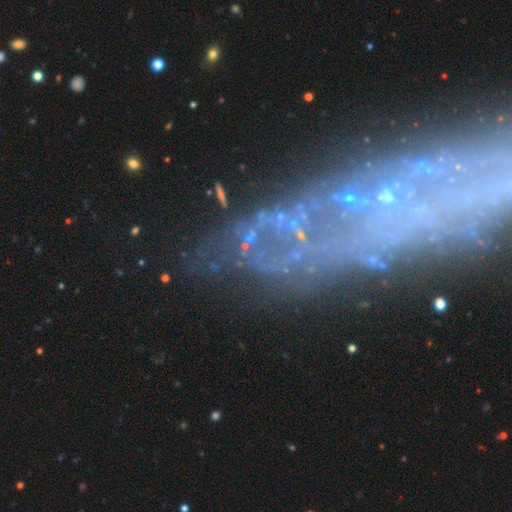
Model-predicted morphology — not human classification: A featured or disk galaxy (49%).

Vote fractions:
- Smooth or featured? featured or disk: 49% / star or artifact: 35% / smooth: 15%
- Merging? none: 48% / major disturbance: 25% / minor disturbance: 18% / merger: 9%